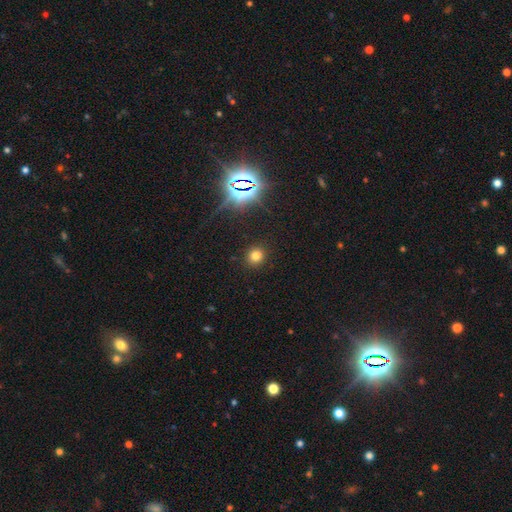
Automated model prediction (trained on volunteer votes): Morphology: type=smooth (74%); roundness=round (88%); merging=none (90%).